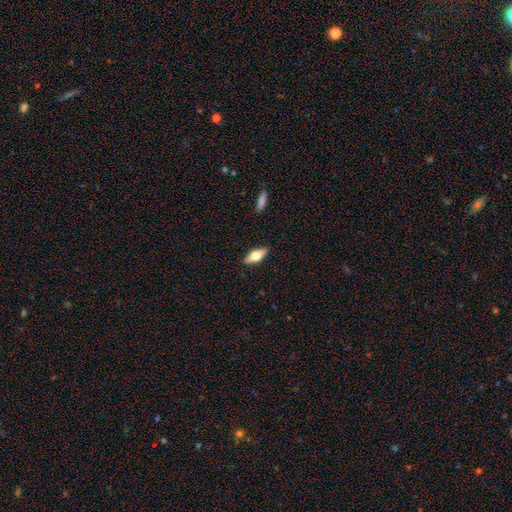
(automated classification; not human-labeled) The model was most divided on "smooth or featured": smooth: 58%, featured or disk: 36%, star or artifact: 6%. More confident: merging — none (88%); how rounded — in between (74%).